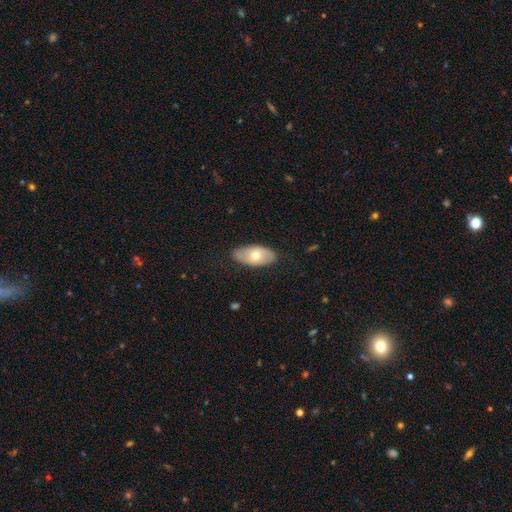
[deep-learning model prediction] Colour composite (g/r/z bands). It shows a smooth galaxy with no disk features (59%) that is in between round and cigar-shaped (93%). Merging: none (83%).